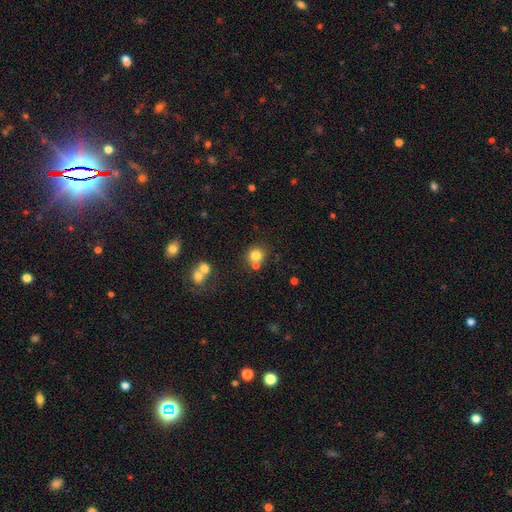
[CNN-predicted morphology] This is likely a smooth galaxy (78%). How rounded: clearly round (88%). Merging: likely none (64%).